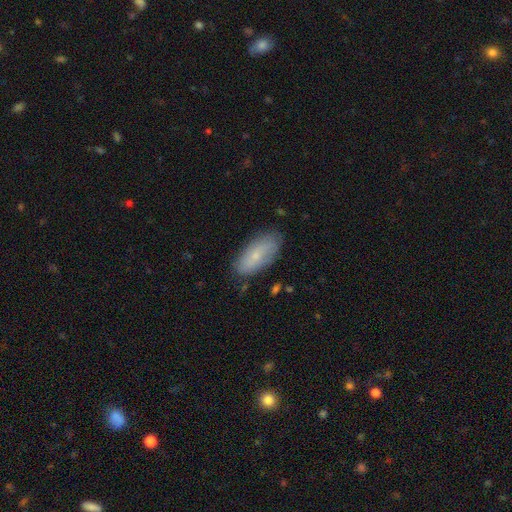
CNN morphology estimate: Smooth or featured? smooth (63%)
How rounded? in between (86%)
Merging? none (78%)